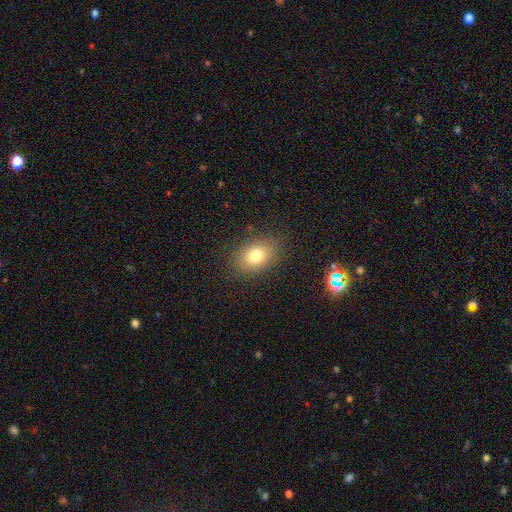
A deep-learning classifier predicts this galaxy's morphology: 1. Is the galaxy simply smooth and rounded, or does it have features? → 77% smooth, 12% star or artifact, 11% featured or disk.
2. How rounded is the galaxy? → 77% in between, 22% round, 1% cigar-shaped.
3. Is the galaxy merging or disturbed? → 85% none, 10% minor disturbance, 4% major disturbance, 1% merger.